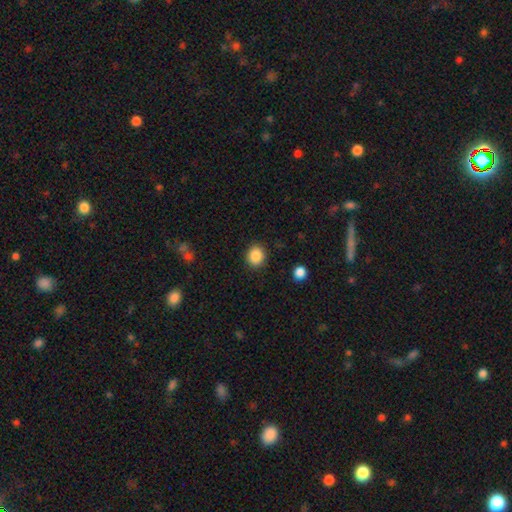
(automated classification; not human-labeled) A smooth galaxy with no disk features (87%) that is round (75%). Merging: none (89%).